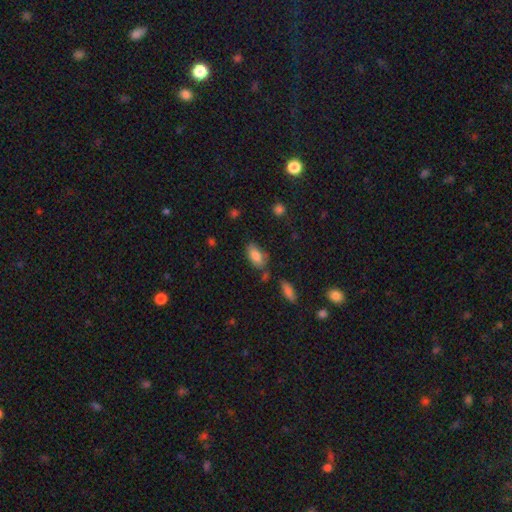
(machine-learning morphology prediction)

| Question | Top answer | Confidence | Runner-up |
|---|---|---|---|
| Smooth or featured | smooth | 82% | featured or disk (10%) |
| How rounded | in between | 90% | cigar-shaped (7%) |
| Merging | none | 64% | minor disturbance (22%) |